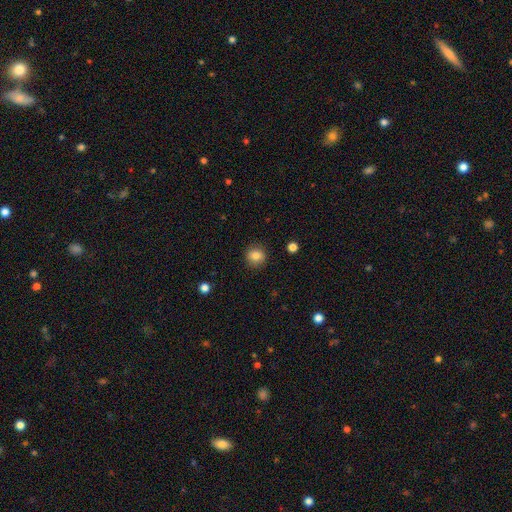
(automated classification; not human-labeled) smooth 84%, star or artifact 10%, featured or disk 6%. Down the decision tree: how rounded — round (89%); merging — none (90%).